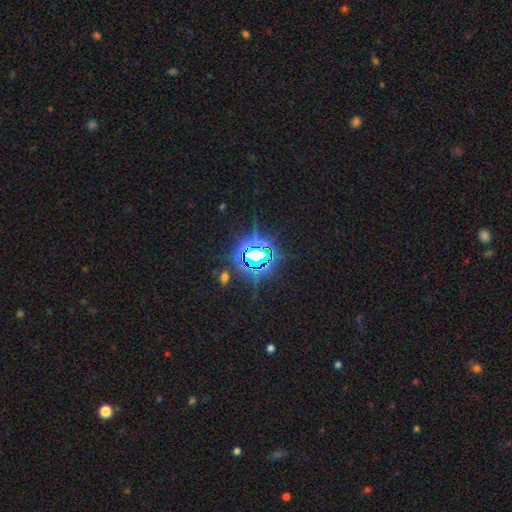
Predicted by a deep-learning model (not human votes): Smooth or featured: star or artifact — 82% (smooth — 10%)